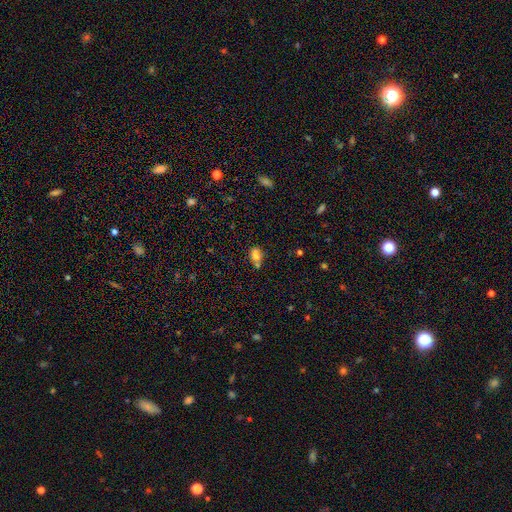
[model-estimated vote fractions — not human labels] A smooth galaxy with no disk features (69%) that is in between round and cigar-shaped (67%).

Vote fractions:
- Smooth or featured? smooth: 69% / featured or disk: 16% / star or artifact: 15%
- How rounded? in between: 67% / round: 30% / cigar-shaped: 3%
- Merging? none: 46% / merger: 29% / minor disturbance: 18% / major disturbance: 6%